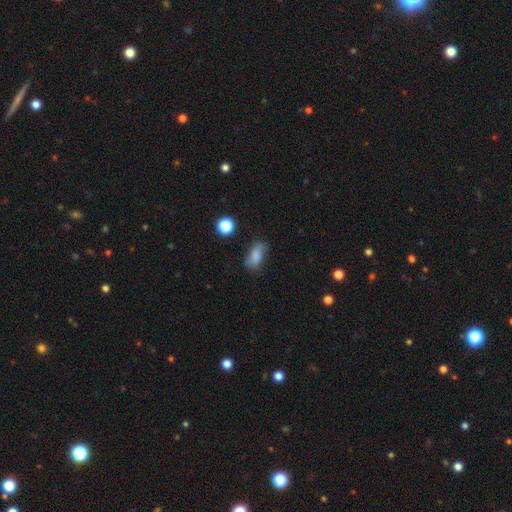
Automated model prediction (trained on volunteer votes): smooth_or_featured: smooth (p=0.78) [alt: star or artifact p=0.11]
how_rounded: in between (p=0.86) [alt: round p=0.09]
merging: none (p=0.64) [alt: minor disturbance p=0.26]